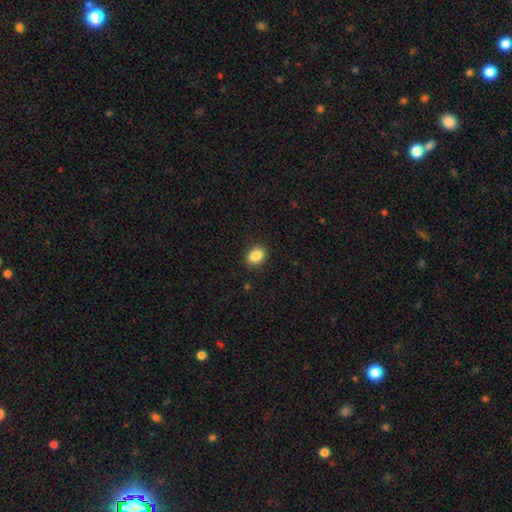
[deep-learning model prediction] Morphology: type=smooth (87%); roundness=in between (64%); merging=none (89%).